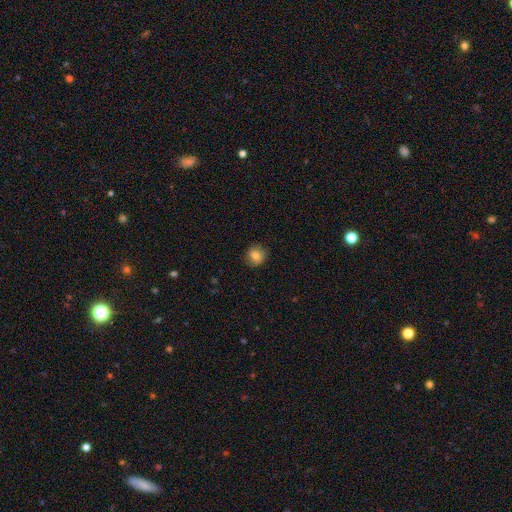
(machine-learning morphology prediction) Smooth or featured? smooth (81%)
How rounded? round (87%)
Merging? none (87%)